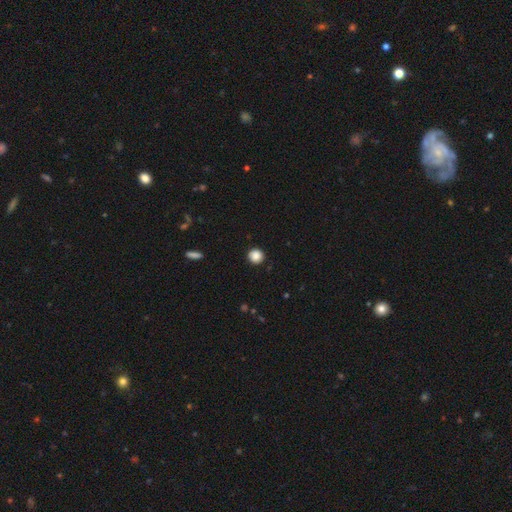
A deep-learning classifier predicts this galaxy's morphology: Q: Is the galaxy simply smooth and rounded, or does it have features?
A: smooth — 87%.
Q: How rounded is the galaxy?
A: round — 94%.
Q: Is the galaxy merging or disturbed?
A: none — 92%.